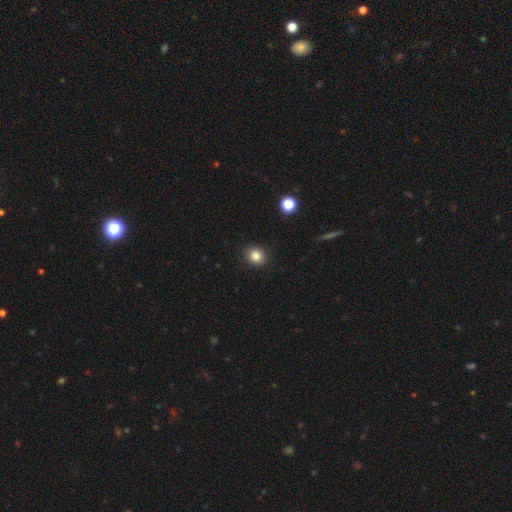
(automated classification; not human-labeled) This is clearly a smooth galaxy (83%). How rounded: clearly round (87%). Merging: clearly none (91%).